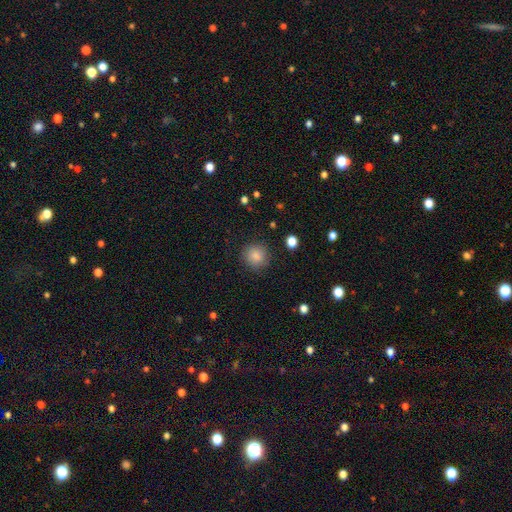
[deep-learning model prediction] Smooth or featured? Predicted: smooth (p=0.85). How rounded? Predicted: round (p=0.91). Merging? Predicted: none (p=0.88).